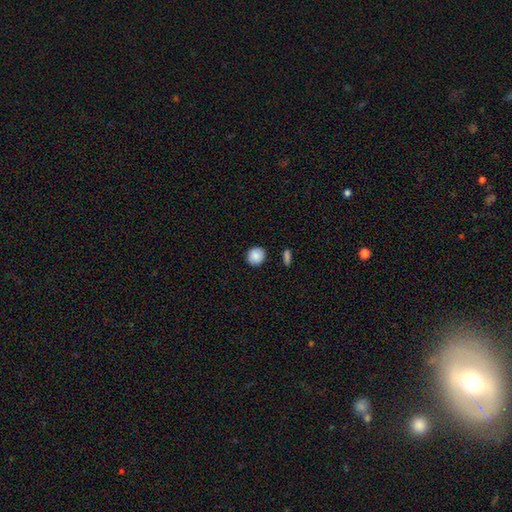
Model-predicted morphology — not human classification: Smooth or featured? Predicted: smooth (p=0.88). How rounded? Predicted: round (p=0.88). Merging? Predicted: none (p=0.89).